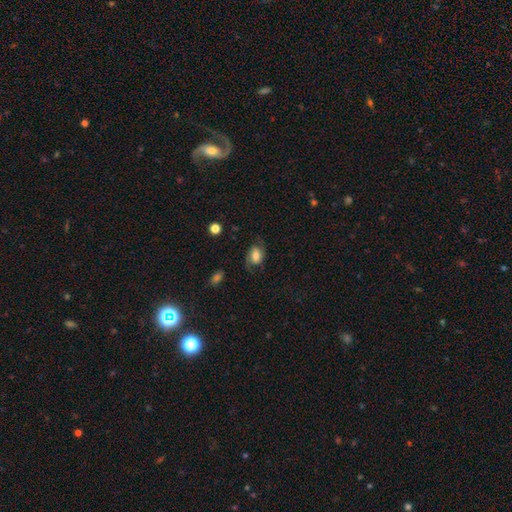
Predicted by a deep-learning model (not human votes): A featured or disk galaxy (56%) with no bar (52%), spiral arms (90%) and a moderate central bulge (53%).

Vote fractions:
- Smooth or featured? featured or disk: 56% / smooth: 34% / star or artifact: 9%
- Edge-on disk? no: 96% / yes: 4%
- Bar? no: 52% / weak: 35% / strong: 13%
- Spiral arms? yes: 90% / no: 10%
- Bulge size? moderate: 53% / large: 25% / small: 15% / dominant: 4% / none: 3%
- Merging? none: 70% / minor disturbance: 18% / major disturbance: 11% / merger: 1%